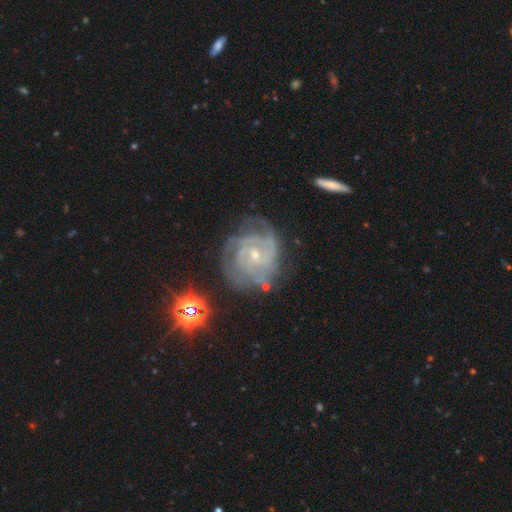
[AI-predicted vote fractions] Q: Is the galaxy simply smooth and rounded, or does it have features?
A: featured or disk — 85%.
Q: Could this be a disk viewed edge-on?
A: no — 98%.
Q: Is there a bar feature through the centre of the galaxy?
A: no — 64%.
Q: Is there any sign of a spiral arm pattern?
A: yes — 95%.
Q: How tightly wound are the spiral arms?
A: tight — 65%.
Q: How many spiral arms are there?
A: can't tell — 32%.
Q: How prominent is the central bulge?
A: small — 76%.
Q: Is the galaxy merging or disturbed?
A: none — 60%.